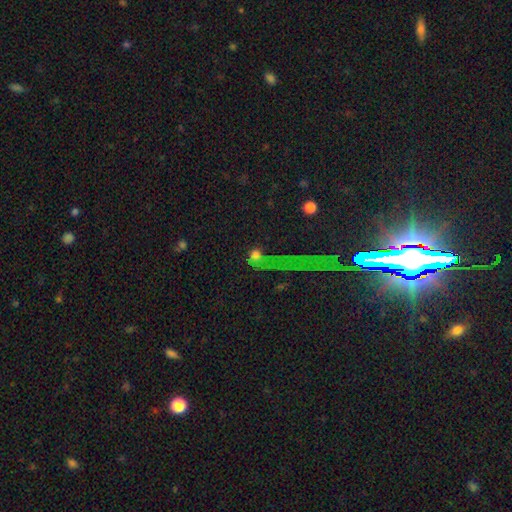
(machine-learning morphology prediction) The model was most divided on "merging": none: 52%, major disturbance: 19%, minor disturbance: 15%, merger: 13%. More confident: how rounded — round (79%); smooth or featured — smooth (61%).